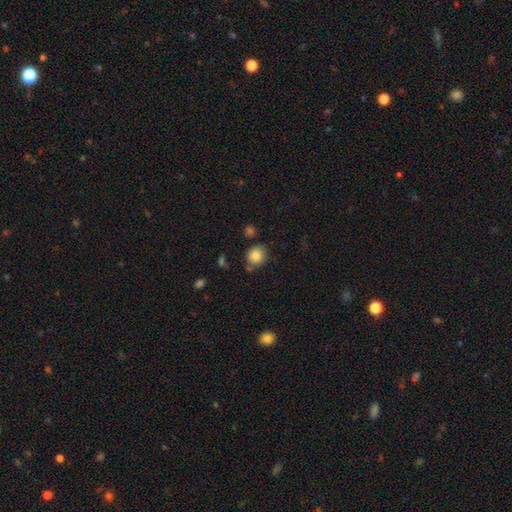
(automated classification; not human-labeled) smooth 86%, star or artifact 9%, featured or disk 5%. Down the decision tree: how rounded — round (78%); merging — none (74%).